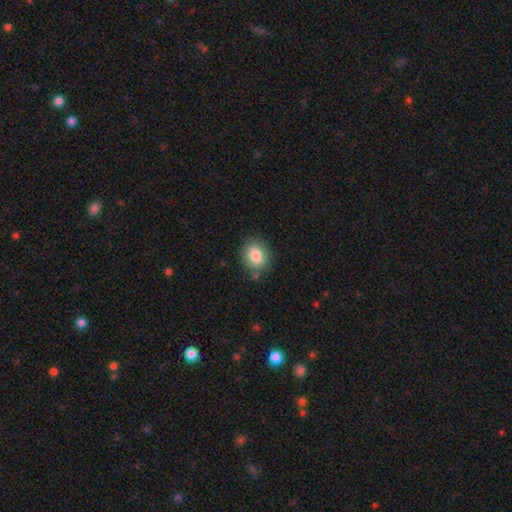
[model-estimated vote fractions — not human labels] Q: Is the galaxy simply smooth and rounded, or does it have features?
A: smooth — 83%.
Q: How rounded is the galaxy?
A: in between — 55%.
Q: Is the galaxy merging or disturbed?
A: none — 77%.